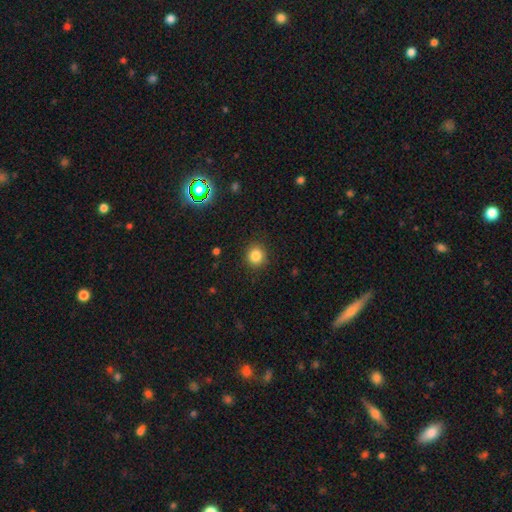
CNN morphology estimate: type=smooth (83%); roundness=round (90%); merging=none (90%).